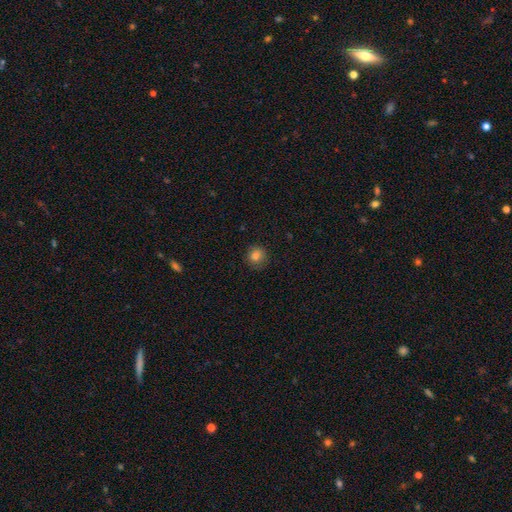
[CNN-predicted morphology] Smooth or featured?
  - smooth: 83% *
  - star or artifact: 11%
  - featured or disk: 6%
How rounded?
  - round: 91% *
  - in between: 8%
  - cigar-shaped: 1%
Merging?
  - none: 86% *
  - minor disturbance: 10%
  - major disturbance: 3%
  - merger: 1%